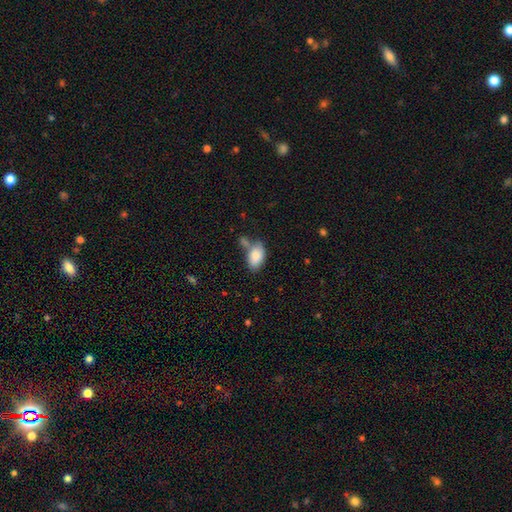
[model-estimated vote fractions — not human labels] smooth-or-featured: smooth: 84% | featured or disk: 9% | star or artifact: 7%
  how-rounded: in between: 93% | round: 5% | cigar-shaped: 2%
  merging: none: 55% | merger: 21% | minor disturbance: 18% | major disturbance: 6%